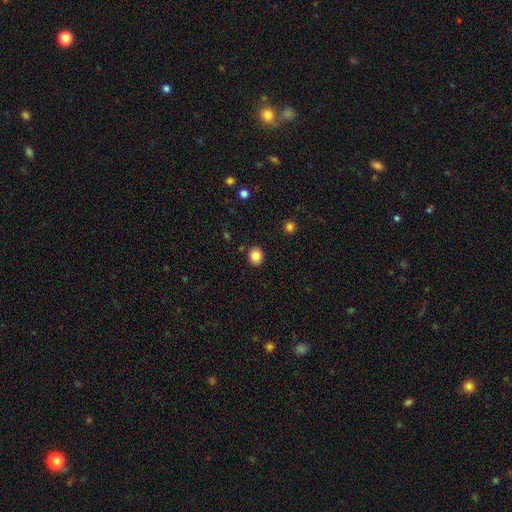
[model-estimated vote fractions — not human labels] Morphology: type=smooth (86%); roundness=round (74%); merging=none (89%).